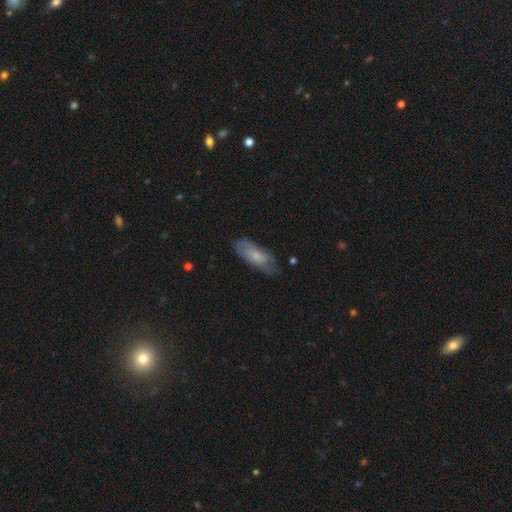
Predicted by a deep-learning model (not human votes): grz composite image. It shows a smooth galaxy with no disk features (60%) that is in between round and cigar-shaped (75%). Merging: none (67%).